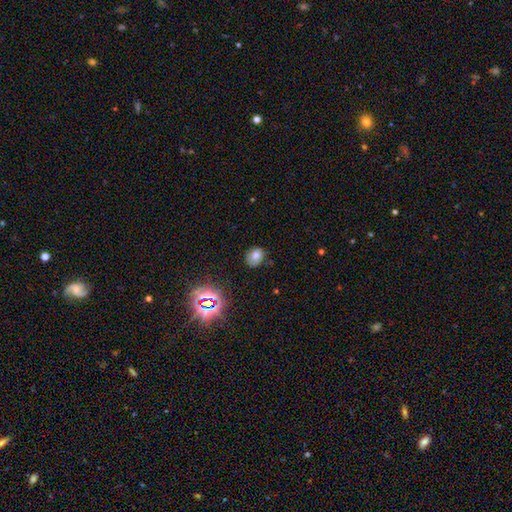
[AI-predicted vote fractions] Smooth or featured?
  - smooth: 75% *
  - star or artifact: 17%
  - featured or disk: 9%
How rounded?
  - in between: 52% *
  - round: 47%
  - cigar-shaped: 1%
Merging?
  - none: 72% *
  - minor disturbance: 21%
  - major disturbance: 5%
  - merger: 2%